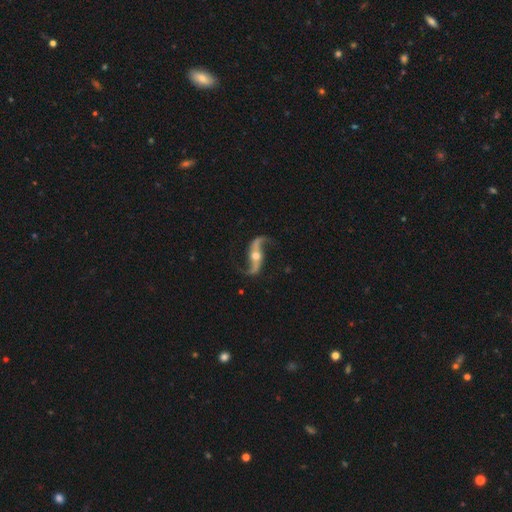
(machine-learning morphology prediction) type=featured or disk (92%); edge-on=no (93%); bar=no (41%); spiral arms=yes (97%); winding=loose (88%); arm count=2 (95%); bulge=moderate (67%); merging=none (81%).